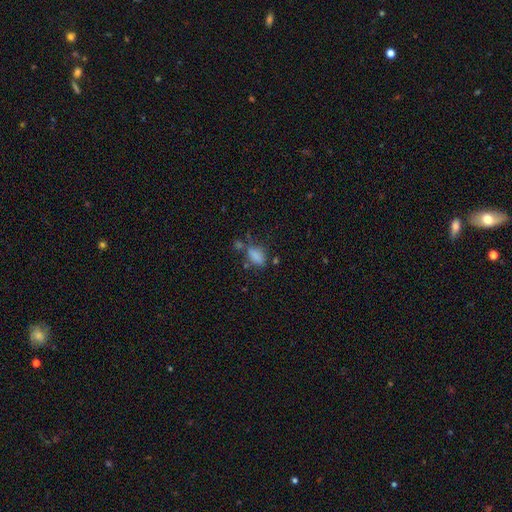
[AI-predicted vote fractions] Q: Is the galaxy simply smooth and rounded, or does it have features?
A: smooth — 78%.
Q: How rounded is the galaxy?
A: in between — 84%.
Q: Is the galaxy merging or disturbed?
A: none — 48%.